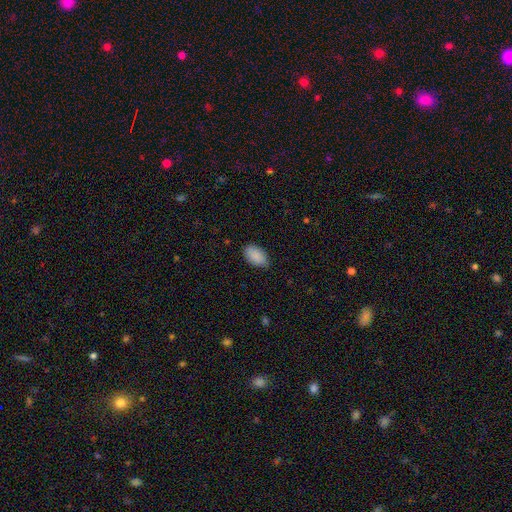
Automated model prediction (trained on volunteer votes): Overall: smooth (89%). How rounded: in between (94%). Merging: none (79%).